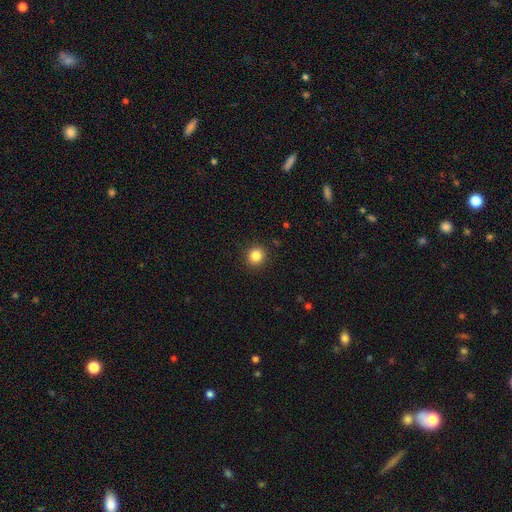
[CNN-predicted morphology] This appears to be a smooth galaxy with no disk features (85%) that is round (91%). Merging: none (91%).